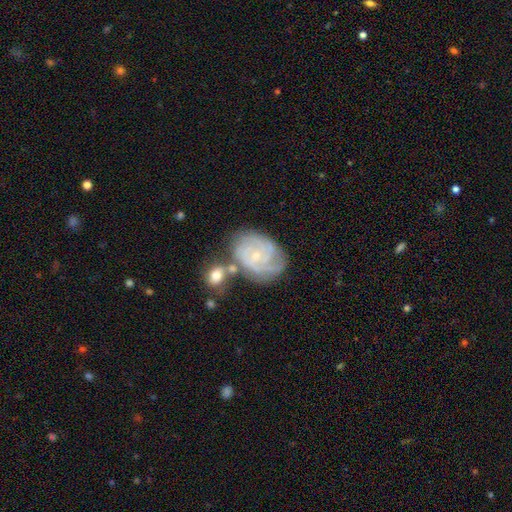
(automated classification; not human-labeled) smooth_or_featured: featured or disk (p=0.79) [alt: smooth p=0.14]
disk_edge_on: no (p=0.97) [alt: yes p=0.03]
bar: no (p=0.68) [alt: weak p=0.27]
has_spiral_arms: yes (p=0.93) [alt: no p=0.07]
spiral_winding: tight (p=0.65) [alt: medium p=0.27]
spiral_arm_count: can't tell (p=0.35) [alt: 3 p=0.24]
bulge_size: small (p=0.78) [alt: moderate p=0.16]
merging: none (p=0.54) [alt: minor disturbance p=0.22]